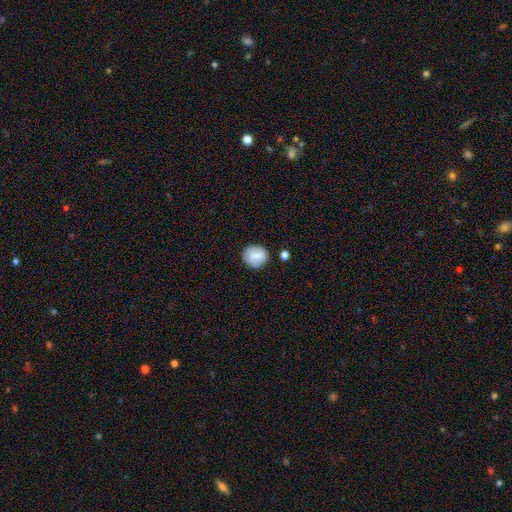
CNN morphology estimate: Smooth or featured: smooth — 77% (featured or disk — 15%)
How rounded: round — 75% (in between — 23%)
Merging: none — 77% (minor disturbance — 15%)